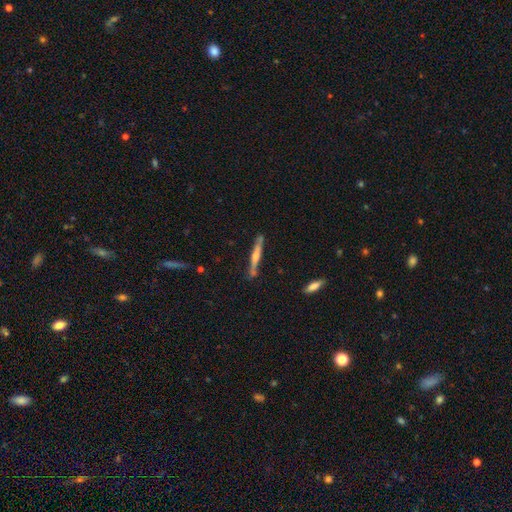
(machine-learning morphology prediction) Overall: featured or disk (68%). Edge-on disk: yes (97%). Edge-on bulge: rounded (76%). Merging: none (83%).